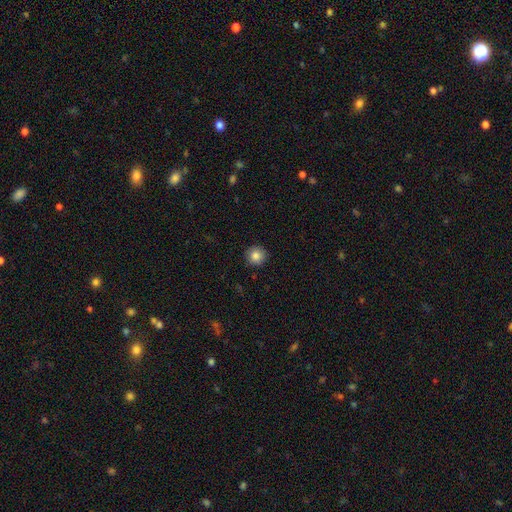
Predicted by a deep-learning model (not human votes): Q: Smooth or featured?
A: smooth (85%); runner-up: star or artifact (10%)
Q: How rounded?
A: round (95%); runner-up: in between (4%)
Q: Merging?
A: none (91%); runner-up: minor disturbance (6%)